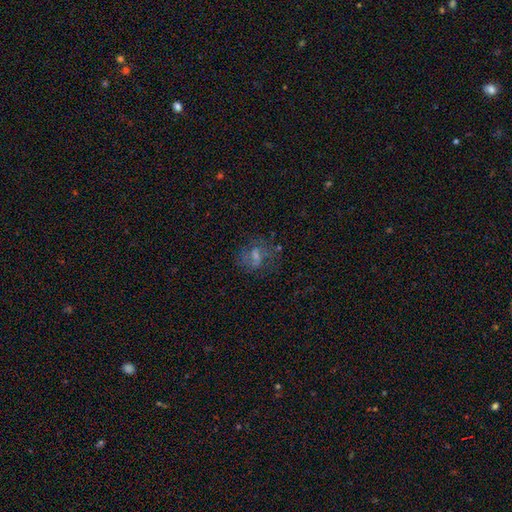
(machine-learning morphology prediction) smooth_or_featured: featured or disk (p=0.46) [alt: smooth p=0.30]
merging: none (p=0.67) [alt: minor disturbance p=0.17]